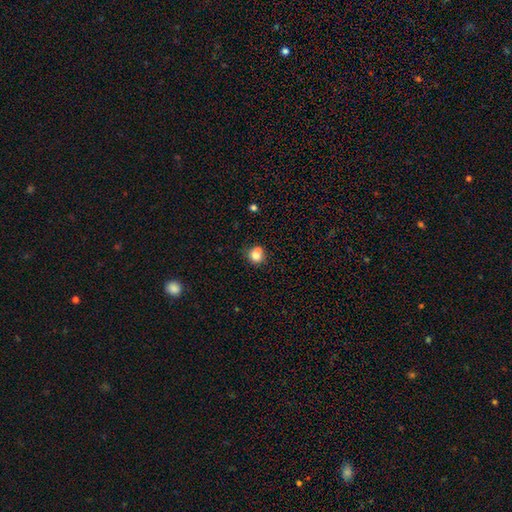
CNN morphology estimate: Overall: smooth (76%). How rounded: round (80%). Merging: none (45%; merger 42%).